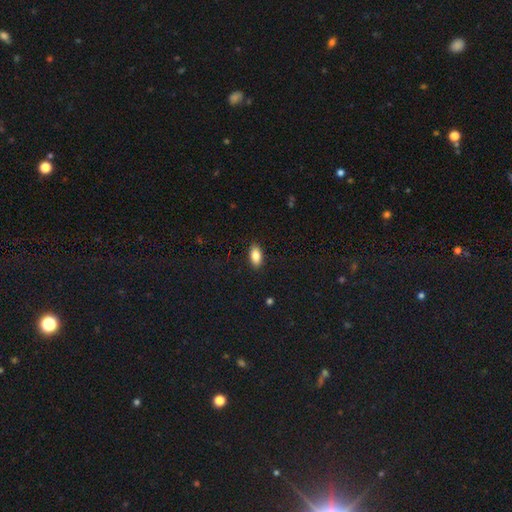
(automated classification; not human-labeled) smooth 84%, featured or disk 9%, star or artifact 8%. Down the decision tree: how rounded — in between (91%); merging — none (89%).